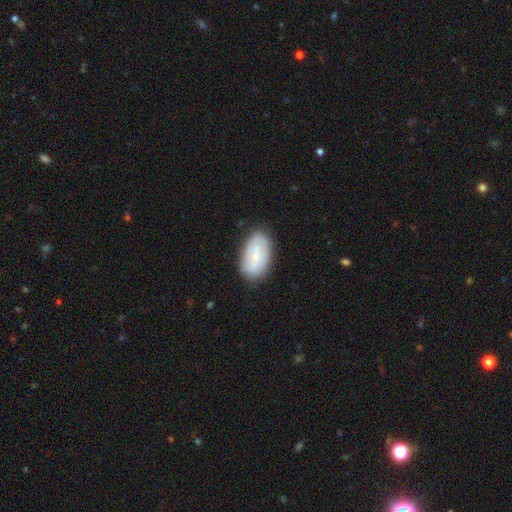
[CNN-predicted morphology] Q: Smooth or featured?
A: smooth (60%); runner-up: featured or disk (33%)
Q: How rounded?
A: in between (93%); runner-up: round (4%)
Q: Merging?
A: none (82%); runner-up: minor disturbance (13%)